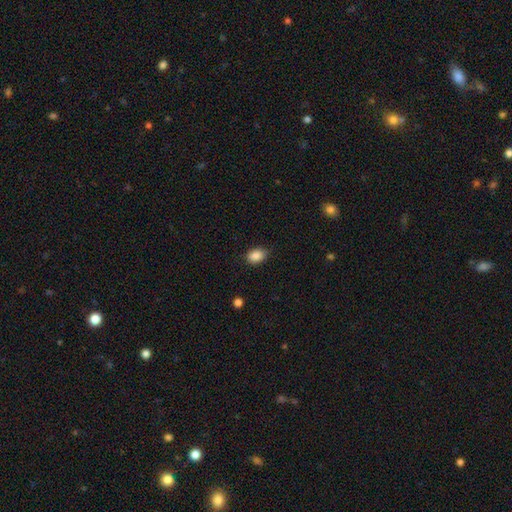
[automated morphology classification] This is clearly a smooth galaxy (88%). How rounded: likely in between (77%). Merging: clearly none (81%).